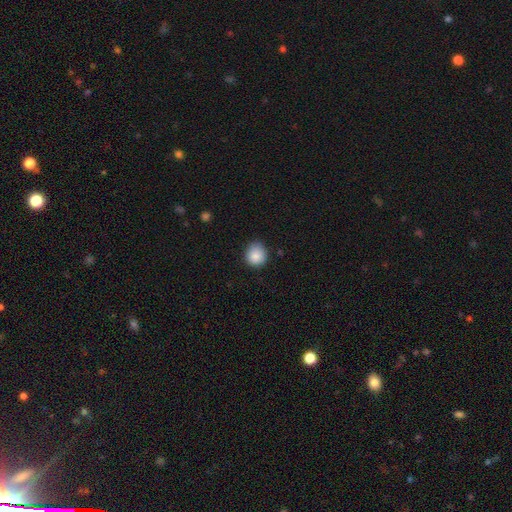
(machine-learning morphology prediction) This is clearly a smooth galaxy (87%). How rounded: clearly round (86%). Merging: likely none (78%).